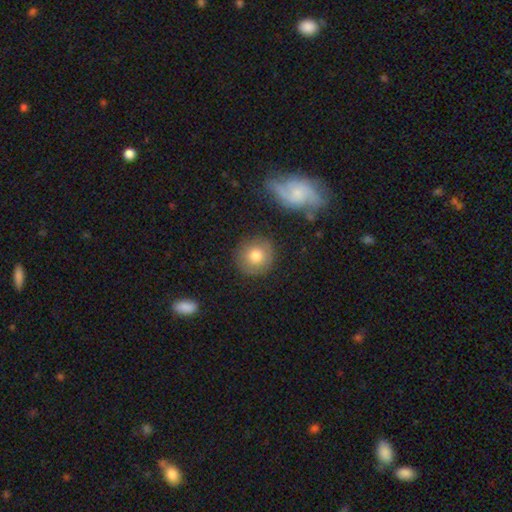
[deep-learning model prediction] Smooth or featured? Predicted: smooth (p=0.77). How rounded? Predicted: round (p=0.92). Merging? Predicted: none (p=0.85).